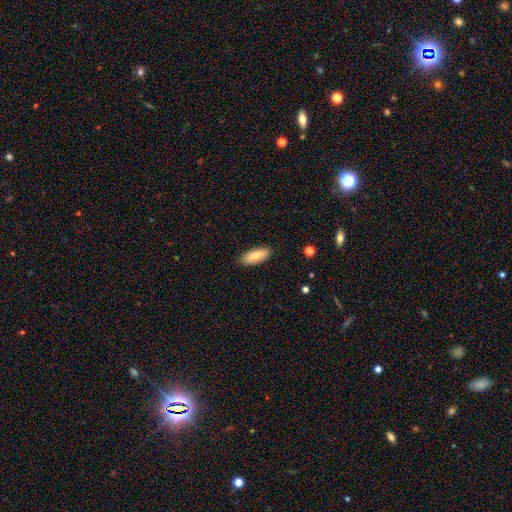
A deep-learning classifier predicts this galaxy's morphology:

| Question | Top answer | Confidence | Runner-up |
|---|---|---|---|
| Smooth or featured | smooth | 78% | featured or disk (16%) |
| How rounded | in between | 74% | cigar-shaped (24%) |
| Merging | none | 87% | minor disturbance (10%) |